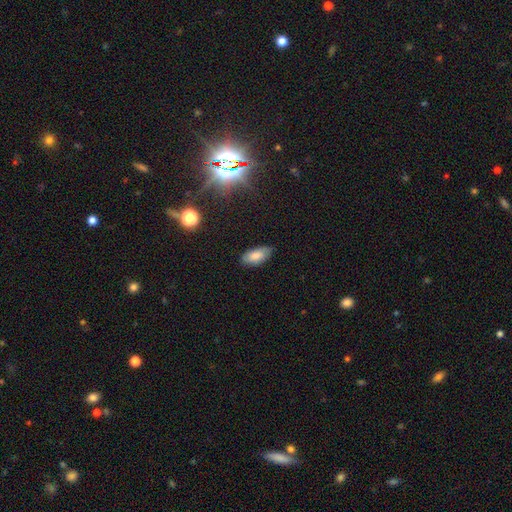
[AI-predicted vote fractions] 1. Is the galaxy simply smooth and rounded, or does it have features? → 78% smooth, 14% featured or disk, 9% star or artifact.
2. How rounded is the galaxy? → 90% in between, 7% cigar-shaped, 3% round.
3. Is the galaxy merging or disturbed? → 76% none, 20% minor disturbance, 3% major disturbance, 1% merger.